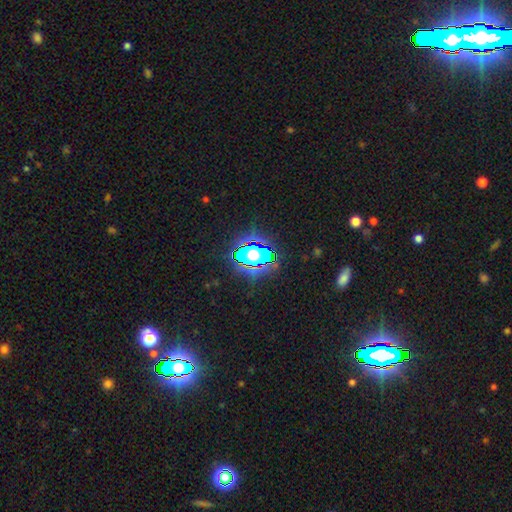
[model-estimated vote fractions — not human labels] The model was most divided on "smooth or featured": star or artifact: 62%, smooth: 26%, featured or disk: 12%.